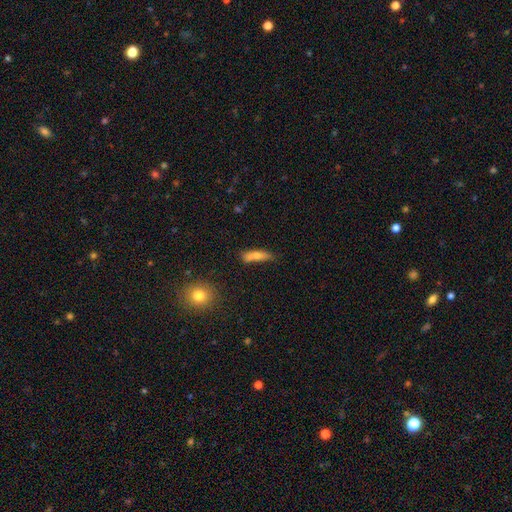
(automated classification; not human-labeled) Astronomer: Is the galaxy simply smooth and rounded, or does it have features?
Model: smooth — 72%.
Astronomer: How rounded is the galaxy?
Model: cigar-shaped — 68%.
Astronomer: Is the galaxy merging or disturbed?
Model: none — 58%.